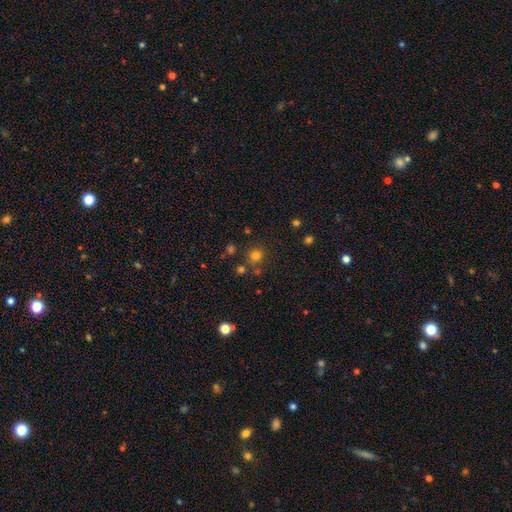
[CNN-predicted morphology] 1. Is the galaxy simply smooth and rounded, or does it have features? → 74% smooth, 19% star or artifact, 7% featured or disk.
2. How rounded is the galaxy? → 90% round, 9% in between, 1% cigar-shaped.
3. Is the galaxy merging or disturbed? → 77% none, 11% merger, 9% minor disturbance, 4% major disturbance.